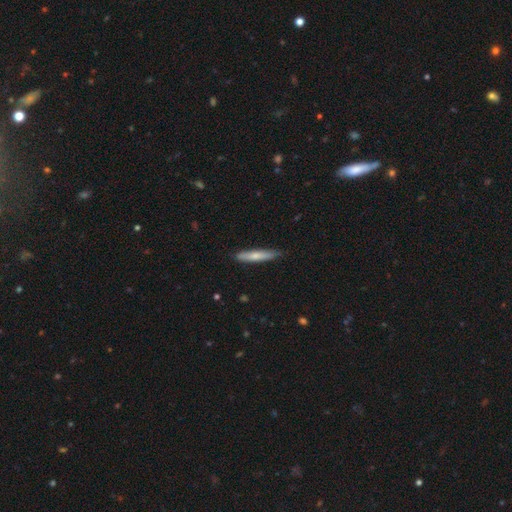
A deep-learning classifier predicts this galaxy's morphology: Smooth or featured: smooth — 67% (featured or disk — 28%)
How rounded: cigar-shaped — 90% (in between — 8%)
Merging: none — 80% (minor disturbance — 16%)